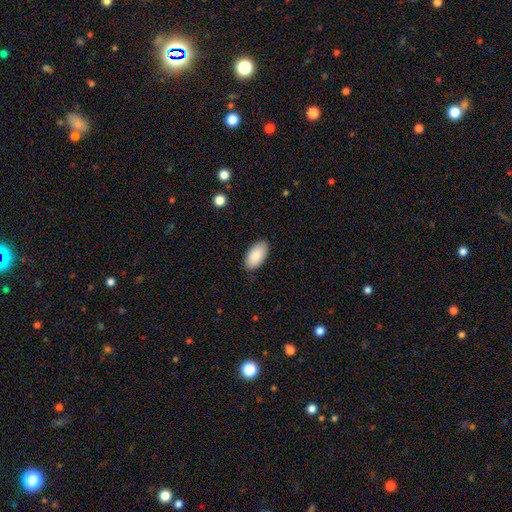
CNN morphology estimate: smooth 89%, star or artifact 6%, featured or disk 5%. Down the decision tree: how rounded — in between (96%); merging — none (87%).